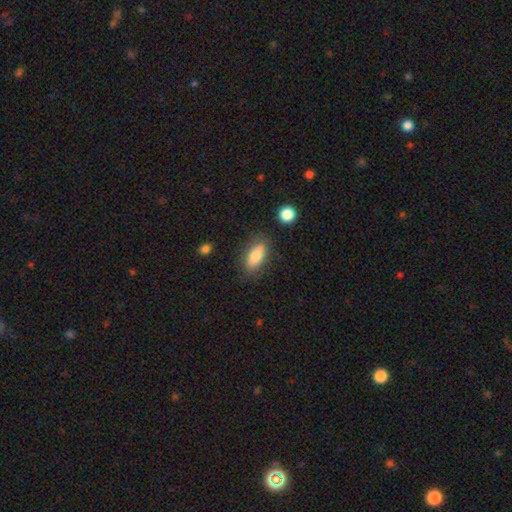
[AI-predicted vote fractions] smooth-or-featured: smooth: 78% | featured or disk: 14% | star or artifact: 7%
  how-rounded: in between: 84% | cigar-shaped: 12% | round: 4%
  merging: none: 77% | minor disturbance: 15% | major disturbance: 4% | merger: 4%